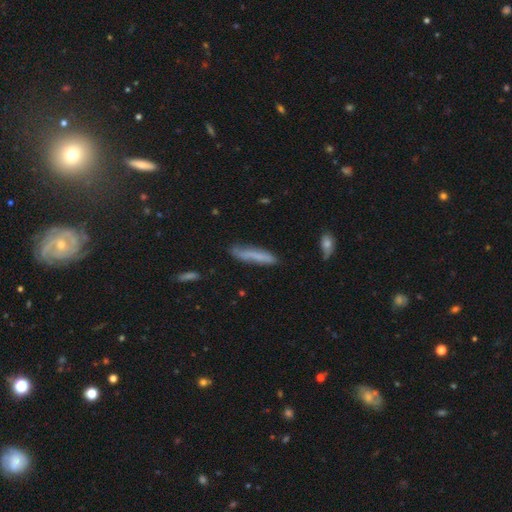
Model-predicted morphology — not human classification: smooth_or_featured: smooth (p=0.67) [alt: featured or disk p=0.25]
how_rounded: cigar-shaped (p=0.88) [alt: in between p=0.10]
merging: none (p=0.70) [alt: minor disturbance p=0.21]